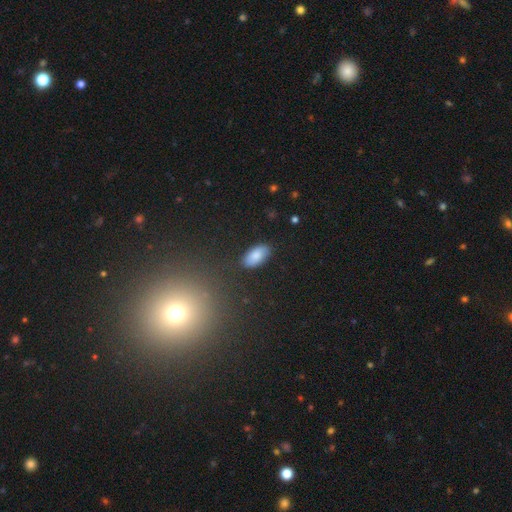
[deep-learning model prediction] A smooth galaxy with no disk features (83%) that is in between round and cigar-shaped (94%).

Vote fractions:
- Smooth or featured? smooth: 83% / featured or disk: 10% / star or artifact: 8%
- How rounded? in between: 94% / cigar-shaped: 4% / round: 3%
- Merging? none: 86% / minor disturbance: 10% / major disturbance: 3% / merger: 1%